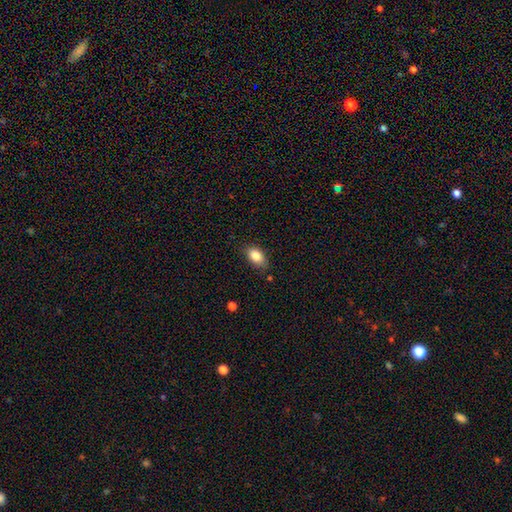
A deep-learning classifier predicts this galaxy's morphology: A smooth galaxy with no disk features (83%) that is in between round and cigar-shaped (89%). Merging: none (79%).